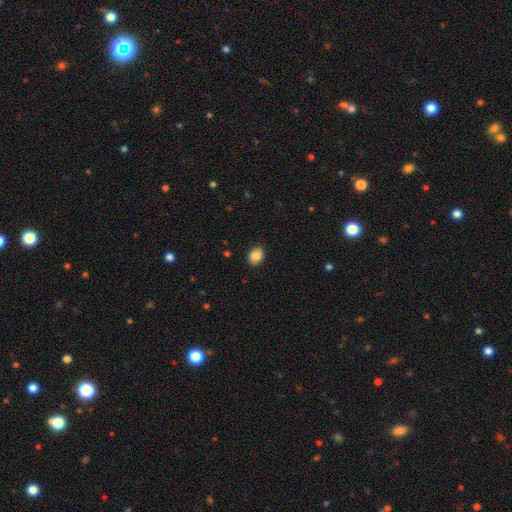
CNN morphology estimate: Q: Smooth or featured?
A: smooth (85%); runner-up: star or artifact (8%)
Q: How rounded?
A: in between (58%); runner-up: round (41%)
Q: Merging?
A: none (88%); runner-up: minor disturbance (9%)